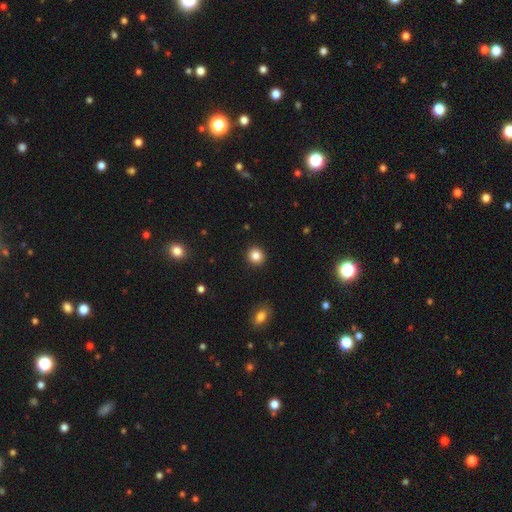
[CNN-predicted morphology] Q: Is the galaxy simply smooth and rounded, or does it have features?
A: smooth — 84%.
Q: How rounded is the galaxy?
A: round — 91%.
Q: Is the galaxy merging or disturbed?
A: none — 93%.